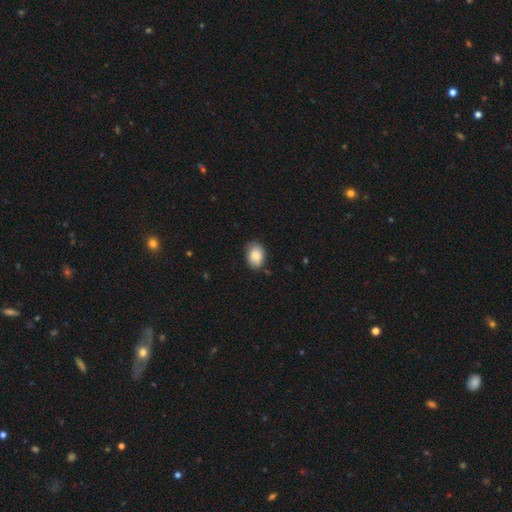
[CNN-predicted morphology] smooth-or-featured: smooth: 85% | featured or disk: 7% | star or artifact: 7%
  how-rounded: in between: 71% | round: 28% | cigar-shaped: 1%
  merging: none: 71% | minor disturbance: 23% | major disturbance: 4% | merger: 2%